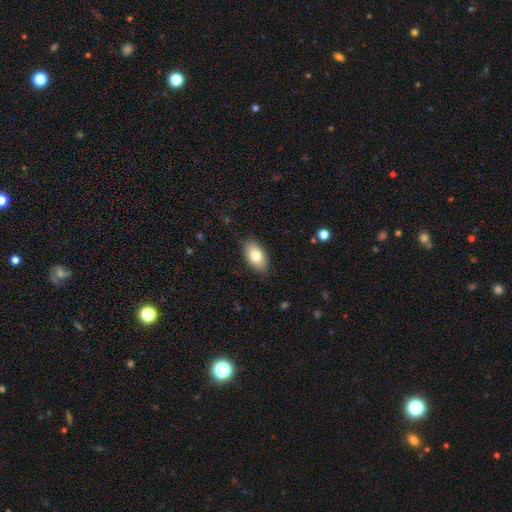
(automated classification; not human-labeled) This is likely a smooth galaxy (79%). How rounded: clearly in between (93%). Merging: clearly none (86%).